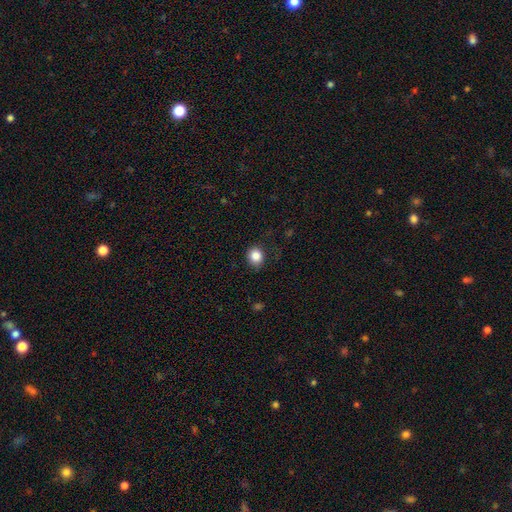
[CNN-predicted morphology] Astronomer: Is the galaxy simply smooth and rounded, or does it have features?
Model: smooth — 85%.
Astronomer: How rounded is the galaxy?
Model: round — 79%.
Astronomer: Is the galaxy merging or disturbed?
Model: none — 82%.